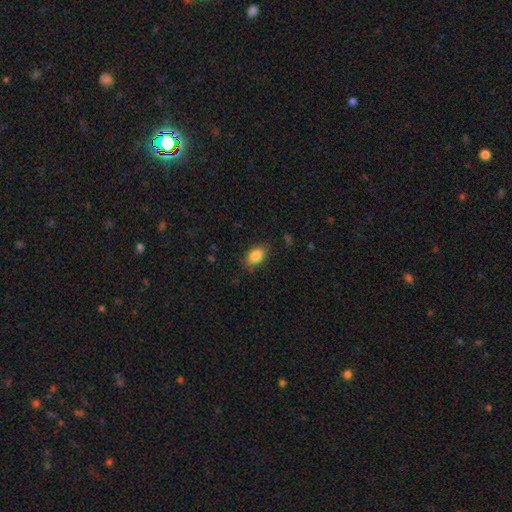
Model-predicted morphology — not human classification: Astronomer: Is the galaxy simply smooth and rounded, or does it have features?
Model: smooth — 85%.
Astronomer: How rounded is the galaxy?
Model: in between — 86%.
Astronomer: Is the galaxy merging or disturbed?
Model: none — 82%.